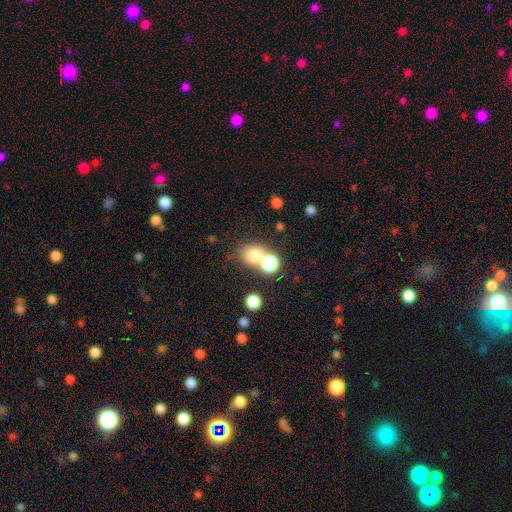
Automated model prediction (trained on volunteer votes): smooth_or_featured: smooth (p=0.73) [alt: star or artifact p=0.17]
how_rounded: round (p=0.65) [alt: in between p=0.34]
merging: none (p=0.49) [alt: merger p=0.36]